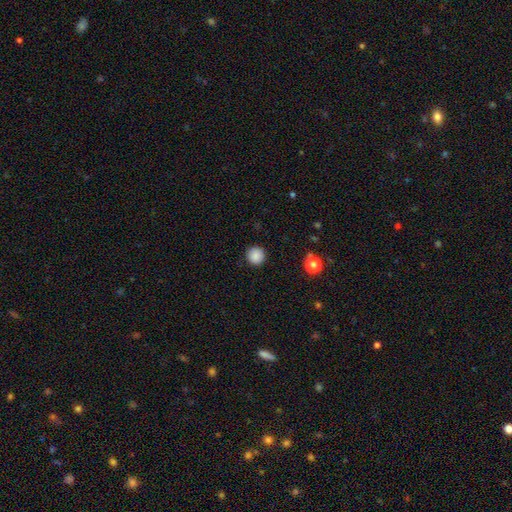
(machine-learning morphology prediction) Smooth or featured? smooth (87%)
How rounded? round (95%)
Merging? none (92%)